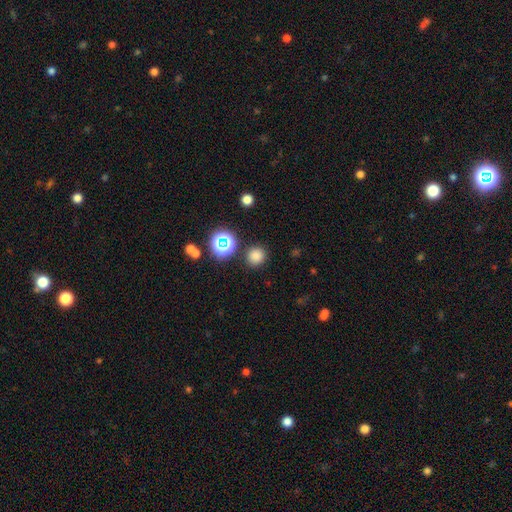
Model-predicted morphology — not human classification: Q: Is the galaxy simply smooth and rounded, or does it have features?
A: smooth — 76%.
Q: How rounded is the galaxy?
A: round — 88%.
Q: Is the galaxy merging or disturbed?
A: none — 86%.